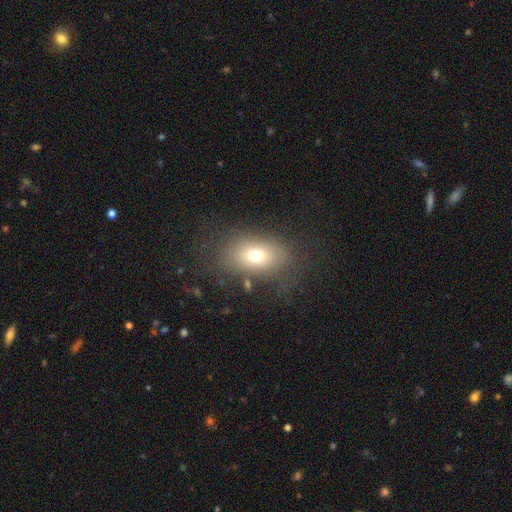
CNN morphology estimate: smooth 70%, featured or disk 16%, star or artifact 14%. Down the decision tree: how rounded — in between (74%); merging — none (75%).